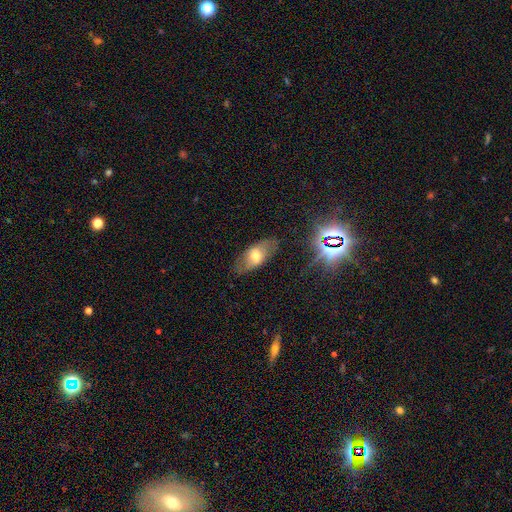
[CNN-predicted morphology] Smooth or featured? smooth (58%)
How rounded? in between (87%)
Merging? none (77%)